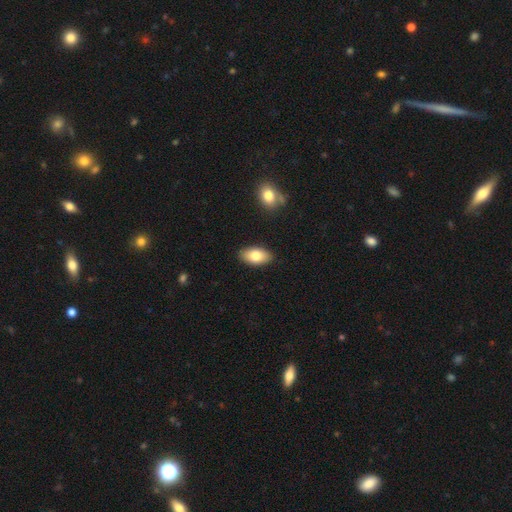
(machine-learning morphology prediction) Smooth or featured: smooth — 80% (featured or disk — 13%)
How rounded: in between — 93% (round — 4%)
Merging: none — 87% (minor disturbance — 9%)